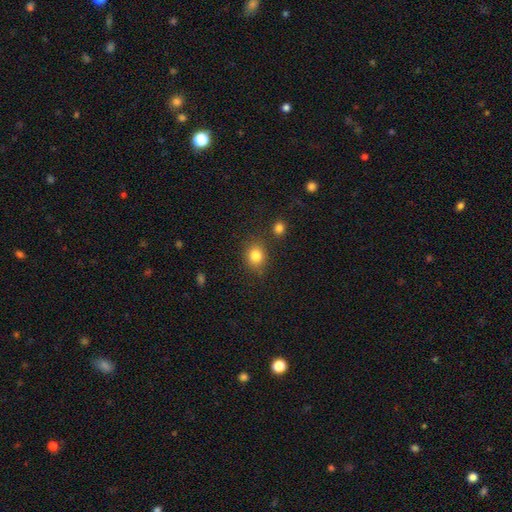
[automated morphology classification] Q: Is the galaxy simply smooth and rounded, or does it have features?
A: smooth — 83%.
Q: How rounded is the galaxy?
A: round — 70%.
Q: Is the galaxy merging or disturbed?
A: none — 78%.